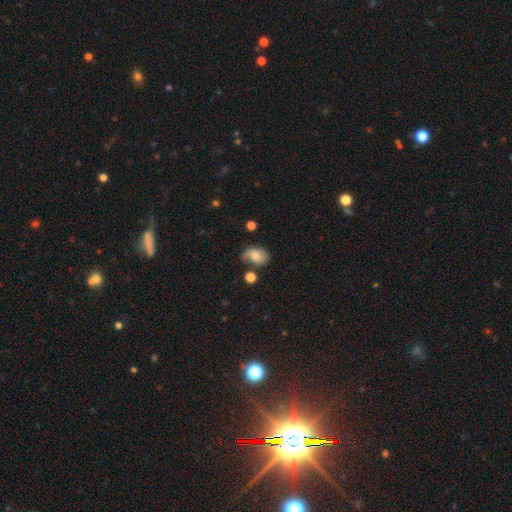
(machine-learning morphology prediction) Q: Smooth or featured?
A: smooth (57%); runner-up: featured or disk (33%)
Q: How rounded?
A: in between (75%); runner-up: round (24%)
Q: Merging?
A: none (50%); runner-up: minor disturbance (30%)